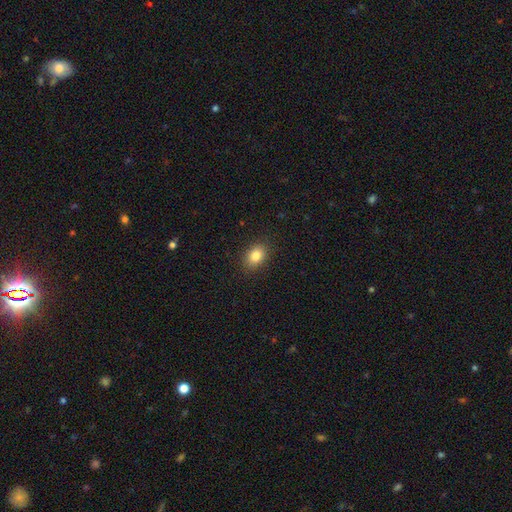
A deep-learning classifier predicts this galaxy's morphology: smooth-or-featured: smooth: 83% | star or artifact: 9% | featured or disk: 8%
  how-rounded: in between: 75% | round: 24% | cigar-shaped: 1%
  merging: none: 88% | minor disturbance: 9% | major disturbance: 2% | merger: 1%